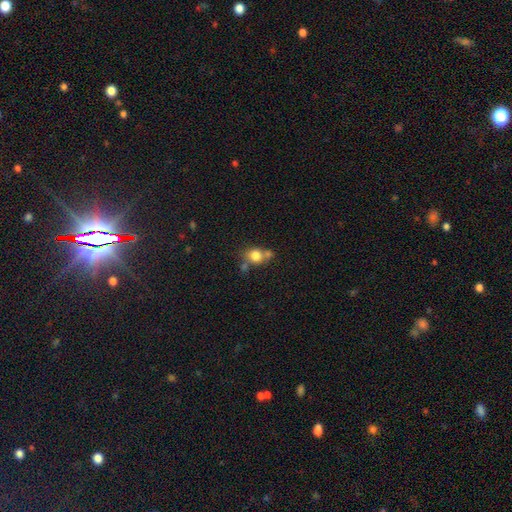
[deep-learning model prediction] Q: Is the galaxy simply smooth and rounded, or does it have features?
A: smooth — 77%.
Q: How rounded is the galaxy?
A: round — 69%.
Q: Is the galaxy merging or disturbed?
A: none — 45%.